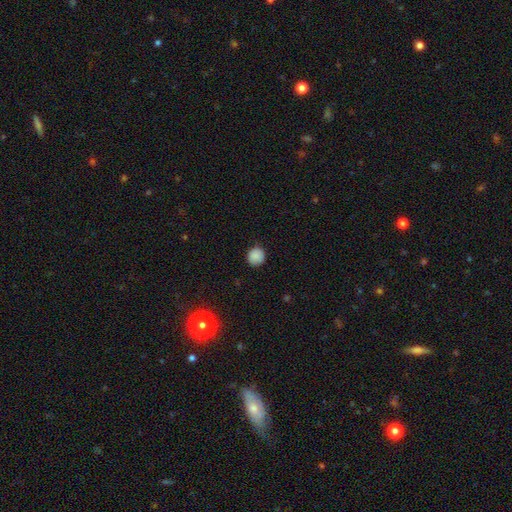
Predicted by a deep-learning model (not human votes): Q: Smooth or featured?
A: smooth (87%); runner-up: star or artifact (10%)
Q: How rounded?
A: round (88%); runner-up: in between (11%)
Q: Merging?
A: none (85%); runner-up: minor disturbance (11%)